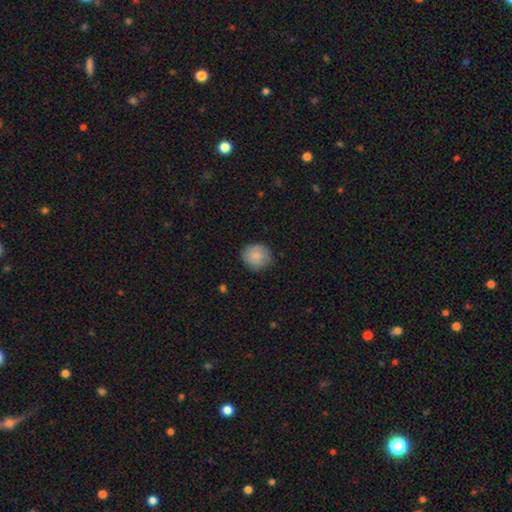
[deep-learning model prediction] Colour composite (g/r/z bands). It shows a smooth galaxy with no disk features (82%) that is round (88%). Merging: none (81%).